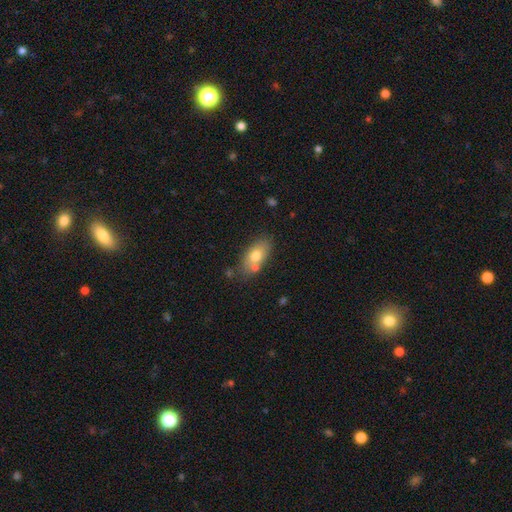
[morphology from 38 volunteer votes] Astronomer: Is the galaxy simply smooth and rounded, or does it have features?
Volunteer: smooth — 87%.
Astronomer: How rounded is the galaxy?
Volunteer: in between — 88%.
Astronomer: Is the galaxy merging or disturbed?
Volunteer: none — 89%.